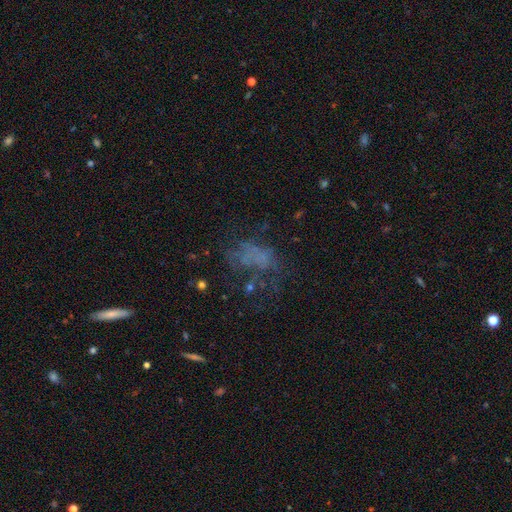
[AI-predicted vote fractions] This appears to be a featured or disk galaxy (40%). Merging: none (39%).